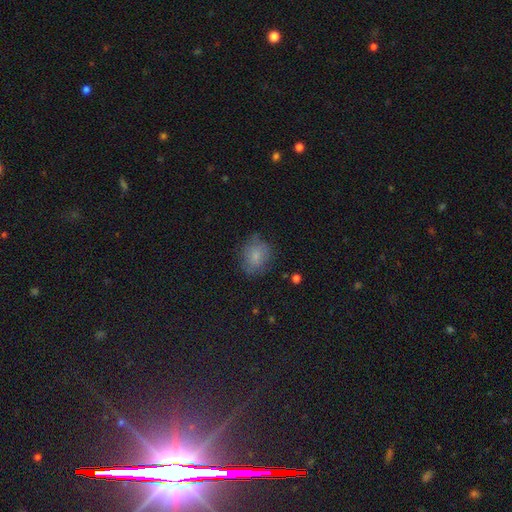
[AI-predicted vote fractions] Smooth or featured?
  - smooth: 74% *
  - featured or disk: 15%
  - star or artifact: 11%
How rounded?
  - round: 66% *
  - in between: 33%
  - cigar-shaped: 1%
Merging?
  - none: 70% *
  - minor disturbance: 21%
  - major disturbance: 7%
  - merger: 2%